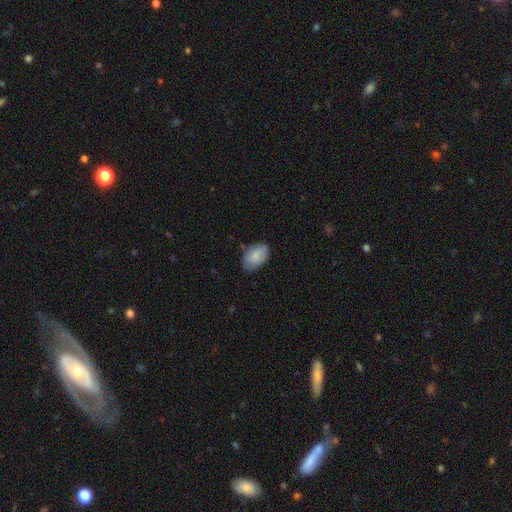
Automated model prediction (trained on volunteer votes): This appears to be a smooth galaxy with no disk features (84%) that is in between round and cigar-shaped (90%). Merging: none (74%).